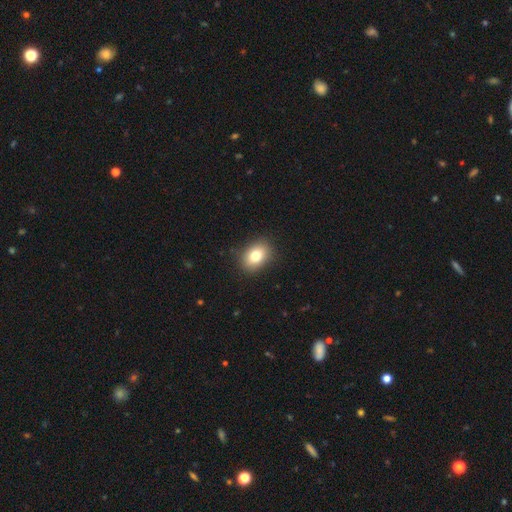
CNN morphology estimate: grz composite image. It shows a smooth galaxy with no disk features (79%) that is in between round and cigar-shaped (71%). Merging: none (86%).